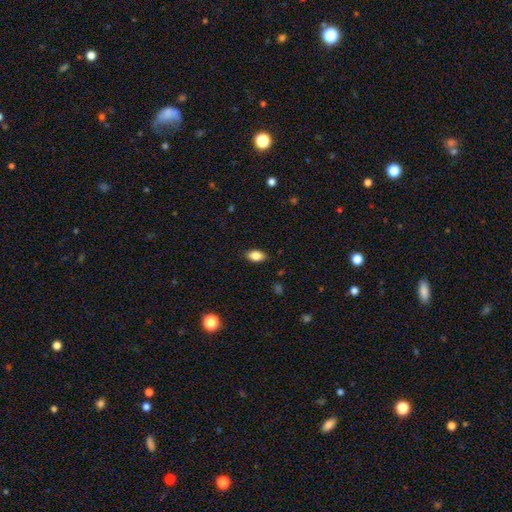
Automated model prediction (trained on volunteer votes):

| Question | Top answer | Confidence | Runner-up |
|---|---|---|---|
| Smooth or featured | smooth | 84% | star or artifact (8%) |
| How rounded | in between | 90% | round (7%) |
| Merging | none | 86% | minor disturbance (11%) |